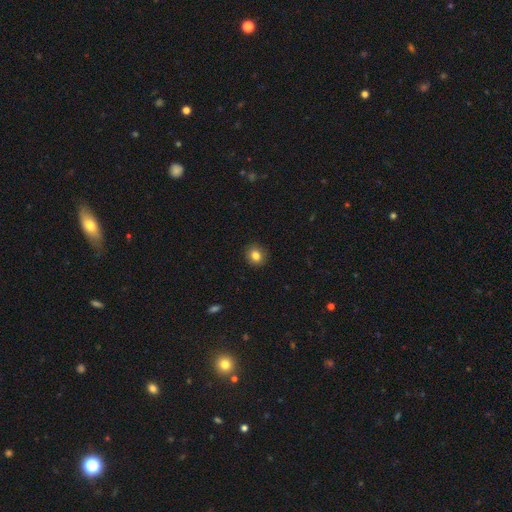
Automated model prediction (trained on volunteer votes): A smooth galaxy with no disk features (83%) that is round (82%).

Vote fractions:
- Smooth or featured? smooth: 83% / star or artifact: 10% / featured or disk: 7%
- How rounded? round: 82% / in between: 17% / cigar-shaped: 1%
- Merging? none: 91% / minor disturbance: 6% / major disturbance: 2% / merger: 1%